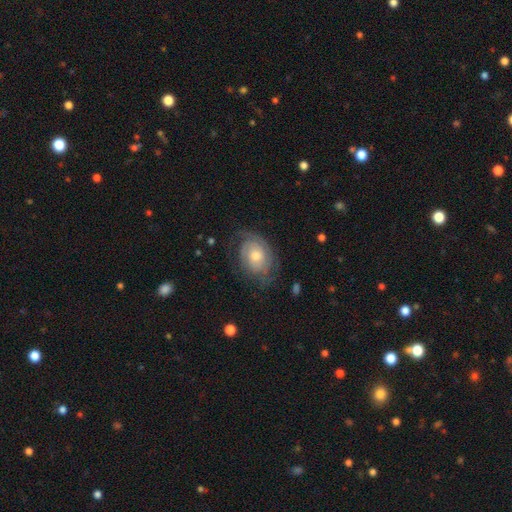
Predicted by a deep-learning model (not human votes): Smooth or featured: featured or disk — 70% (smooth — 23%)
Edge-on disk: no — 96% (yes — 4%)
Bar: no — 77% (weak — 20%)
Spiral arms: yes — 87% (no — 13%)
Spiral winding: tight — 60% (medium — 27%)
Spiral arm count: can't tell — 36% (2 — 34%)
Bulge size: moderate — 62% (small — 28%)
Merging: none — 65% (minor disturbance — 21%)